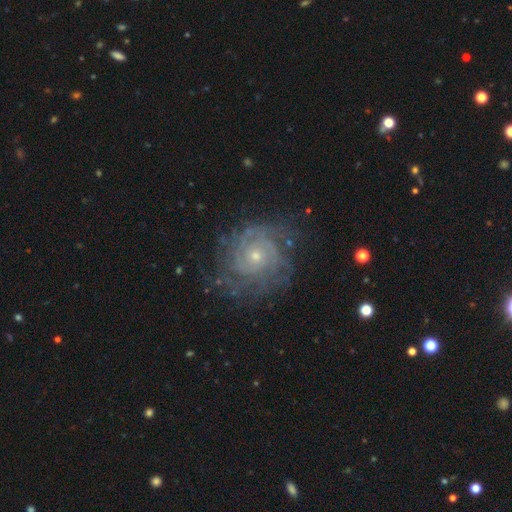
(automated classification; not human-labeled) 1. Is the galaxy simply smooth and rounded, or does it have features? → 84% featured or disk, 8% smooth, 8% star or artifact.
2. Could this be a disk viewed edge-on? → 97% no, 3% yes.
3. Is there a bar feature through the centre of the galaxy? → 80% no, 16% weak, 3% strong.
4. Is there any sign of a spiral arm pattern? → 95% yes, 5% no.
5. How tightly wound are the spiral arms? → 72% tight, 23% medium, 5% loose.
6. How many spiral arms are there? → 38% can't tell, 16% 2, 15% 4, 15% 3, 9% more than 4, 7% 1.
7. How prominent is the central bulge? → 68% small, 28% moderate, 1% large, 1% none, 1% dominant.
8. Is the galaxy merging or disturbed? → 74% none, 16% minor disturbance, 8% major disturbance, 1% merger.